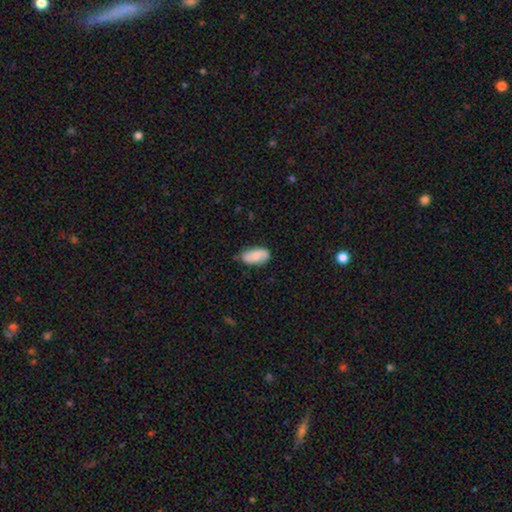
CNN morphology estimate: A smooth galaxy with no disk features (72%) that is in between round and cigar-shaped (92%). Merging: none (70%).